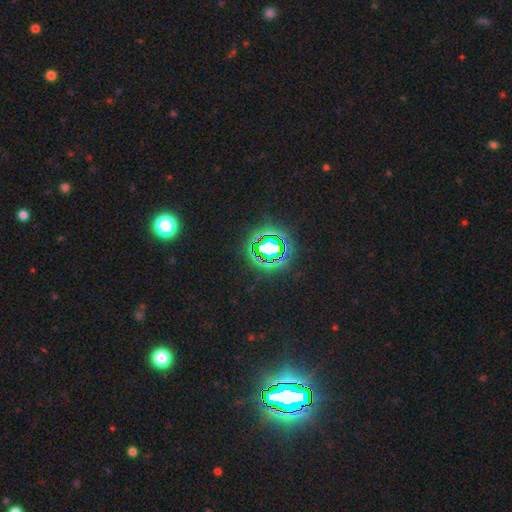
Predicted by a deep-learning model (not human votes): A star or artifact, not a galaxy (82%).

Vote fractions:
- Smooth or featured? star or artifact: 82% / smooth: 12% / featured or disk: 6%